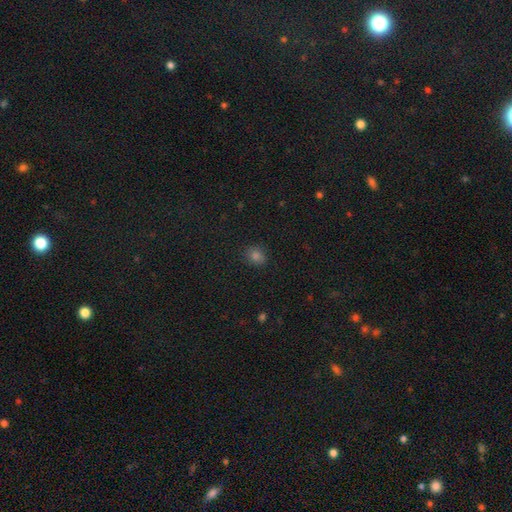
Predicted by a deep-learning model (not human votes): A smooth galaxy with no disk features (79%) that is round (57%).

Vote fractions:
- Smooth or featured? smooth: 79% / star or artifact: 16% / featured or disk: 5%
- How rounded? round: 57% / in between: 42% / cigar-shaped: 1%
- Merging? none: 87% / minor disturbance: 10% / major disturbance: 2% / merger: 1%